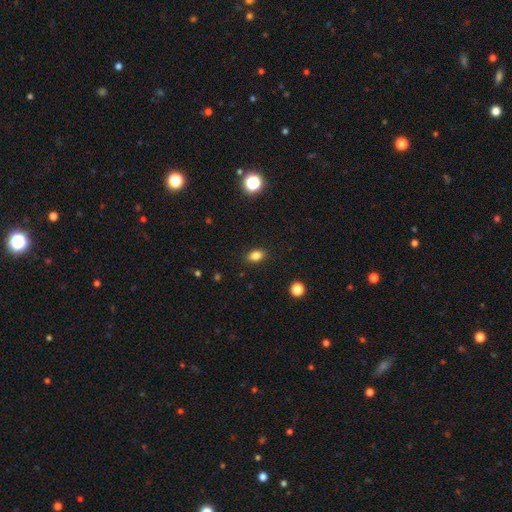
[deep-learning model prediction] This is clearly a smooth galaxy (82%). How rounded: clearly in between (81%). Merging: clearly none (88%).